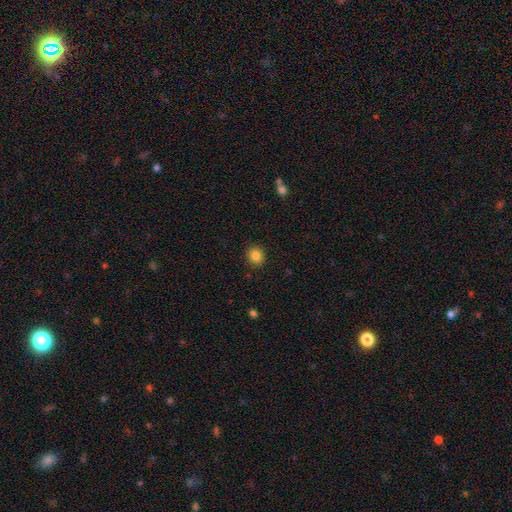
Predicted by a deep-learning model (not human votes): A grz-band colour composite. It shows a smooth galaxy with no disk features (84%) that is round (84%). Merging: none (91%).